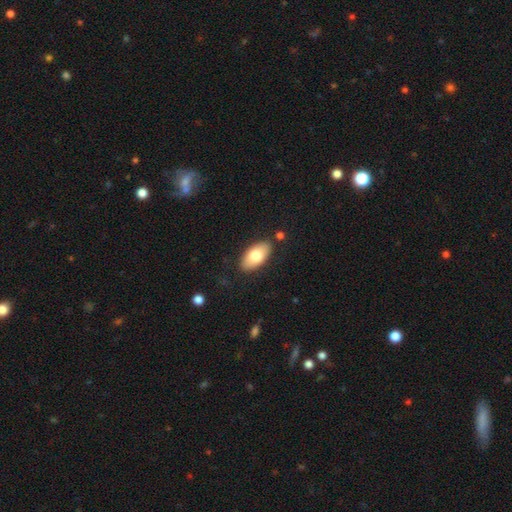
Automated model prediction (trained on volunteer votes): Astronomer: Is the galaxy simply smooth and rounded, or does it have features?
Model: smooth — 77%.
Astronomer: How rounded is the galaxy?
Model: in between — 94%.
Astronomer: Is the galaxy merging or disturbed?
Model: none — 85%.